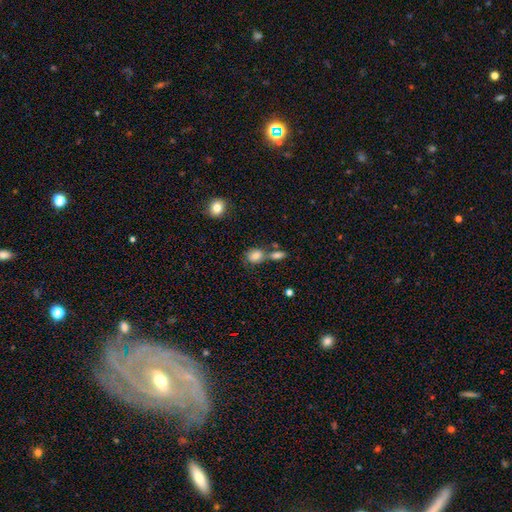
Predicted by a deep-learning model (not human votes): This appears to be a smooth galaxy with no disk features (82%) that is in between round and cigar-shaped (54%). Merging: none (50%).